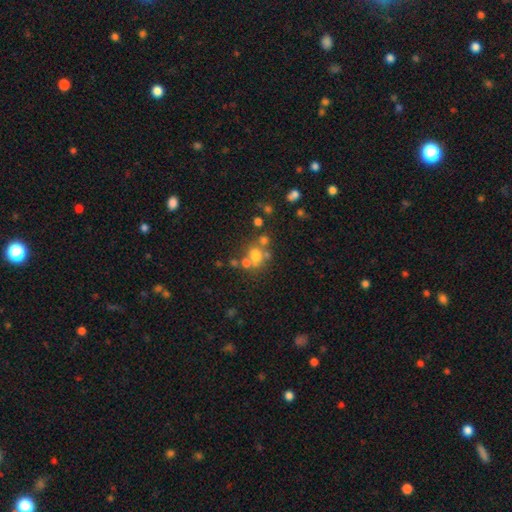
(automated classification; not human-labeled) Smooth or featured?
  - smooth: 63% *
  - featured or disk: 19%
  - star or artifact: 18%
How rounded?
  - round: 67% *
  - in between: 32%
  - cigar-shaped: 1%
Merging?
  - none: 51% *
  - merger: 30%
  - minor disturbance: 12%
  - major disturbance: 7%